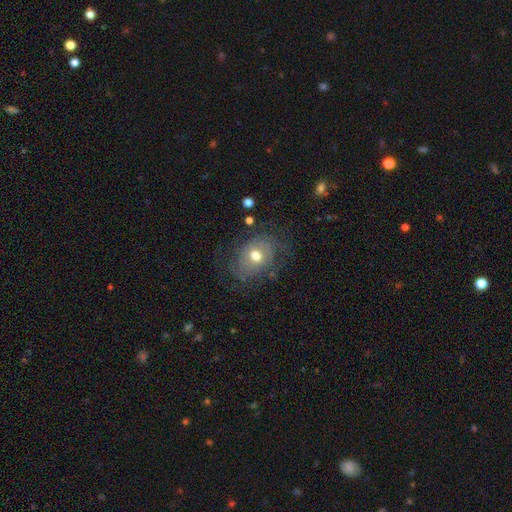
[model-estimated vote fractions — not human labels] smooth-or-featured: smooth: 47% | featured or disk: 42% | star or artifact: 11%
  merging: none: 62% | minor disturbance: 21% | major disturbance: 16% | merger: 2%